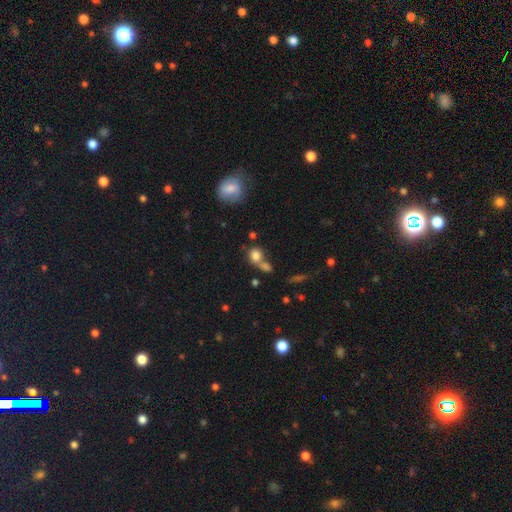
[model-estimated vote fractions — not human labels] Smooth or featured: smooth — 79% (star or artifact — 12%)
How rounded: round — 65% (in between — 33%)
Merging: merger — 44% (none — 40%)